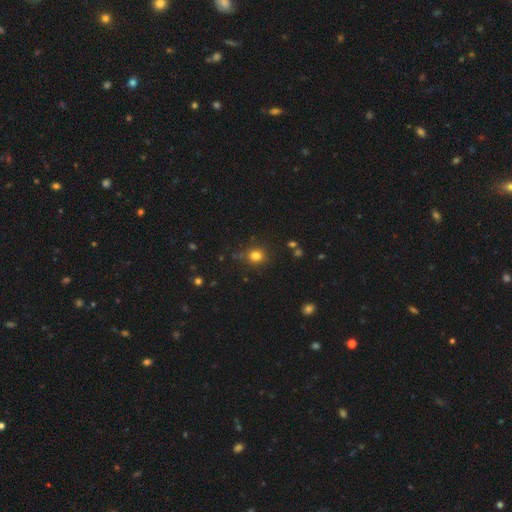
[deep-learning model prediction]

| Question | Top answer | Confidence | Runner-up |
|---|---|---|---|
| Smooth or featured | smooth | 81% | star or artifact (14%) |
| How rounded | round | 84% | in between (15%) |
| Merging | none | 82% | minor disturbance (11%) |